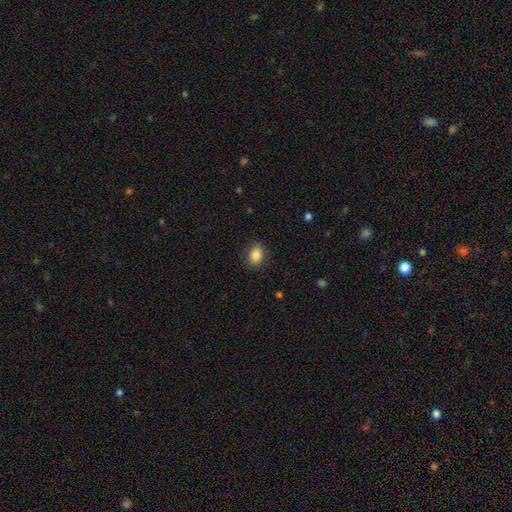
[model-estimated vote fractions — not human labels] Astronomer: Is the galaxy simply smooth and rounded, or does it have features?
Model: smooth — 85%.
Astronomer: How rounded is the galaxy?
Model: in between — 72%.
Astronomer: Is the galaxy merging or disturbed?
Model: none — 87%.